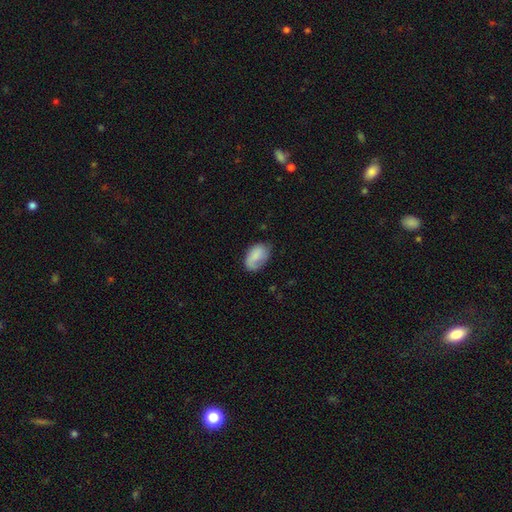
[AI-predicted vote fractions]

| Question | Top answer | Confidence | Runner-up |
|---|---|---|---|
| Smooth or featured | smooth | 73% | featured or disk (20%) |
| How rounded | in between | 89% | round (9%) |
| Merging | none | 60% | minor disturbance (28%) |